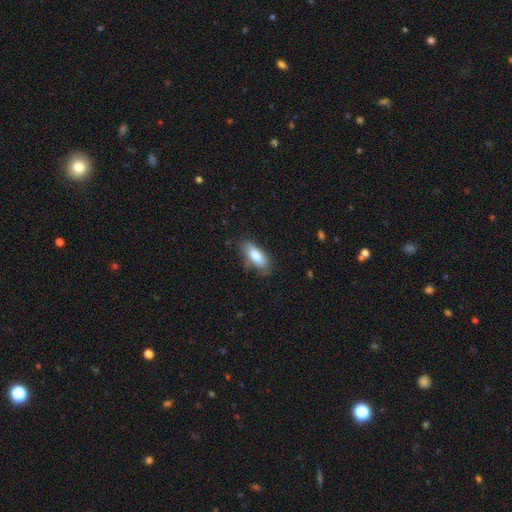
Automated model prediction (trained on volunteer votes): A smooth galaxy with no disk features (81%) that is in between round and cigar-shaped (70%). Merging: none (72%).